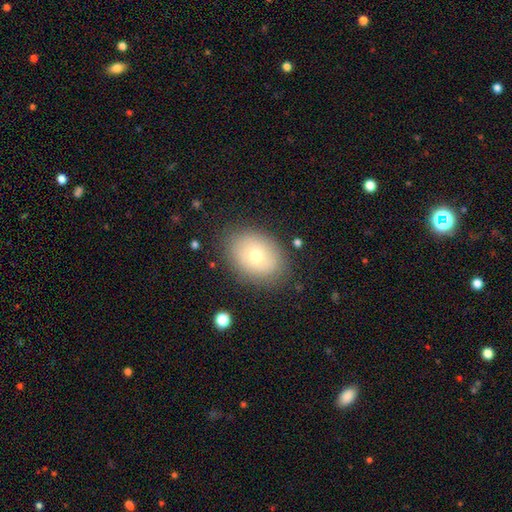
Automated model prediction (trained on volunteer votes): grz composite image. It shows a smooth galaxy with no disk features (67%) that is in between round and cigar-shaped (66%). Merging: none (82%).